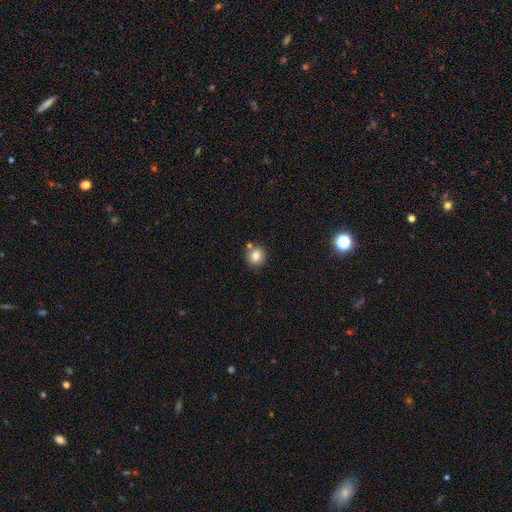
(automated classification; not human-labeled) A smooth galaxy with no disk features (82%) that is round (90%). Merging: none (74%).